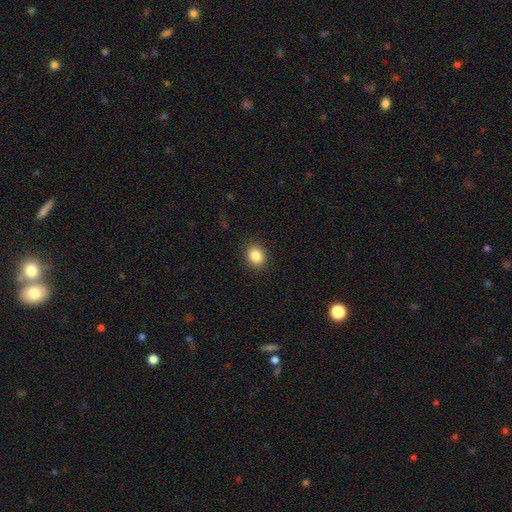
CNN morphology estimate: type=smooth (86%); roundness=round (58%); merging=none (89%).